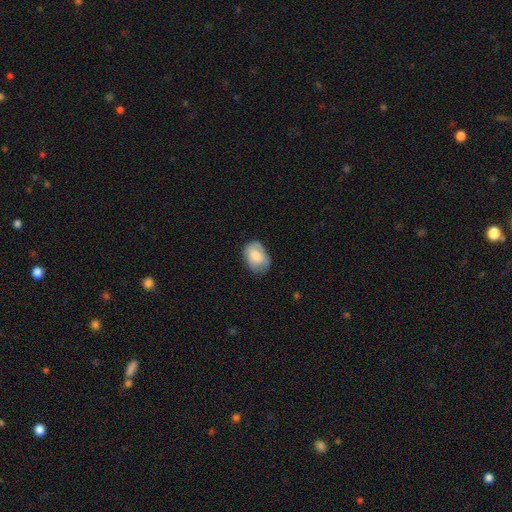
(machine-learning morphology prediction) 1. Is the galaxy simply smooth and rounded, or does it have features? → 78% smooth, 16% featured or disk, 7% star or artifact.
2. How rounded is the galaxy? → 81% in between, 18% round, 1% cigar-shaped.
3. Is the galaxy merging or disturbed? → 66% none, 26% minor disturbance, 7% major disturbance, 1% merger.